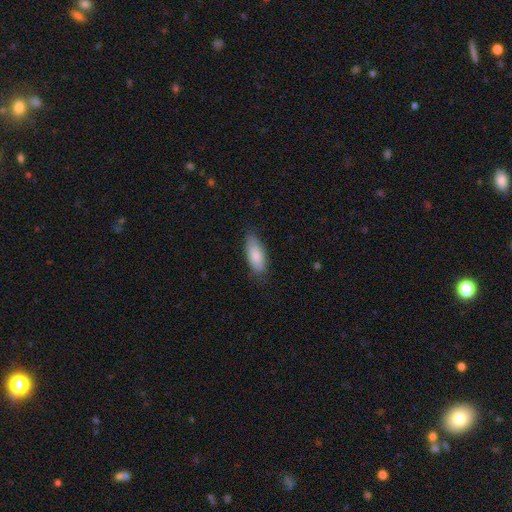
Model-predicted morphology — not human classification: smooth_or_featured: smooth (p=0.84) [alt: featured or disk p=0.10]
how_rounded: in between (p=0.79) [alt: cigar-shaped p=0.19]
merging: none (p=0.78) [alt: minor disturbance p=0.17]